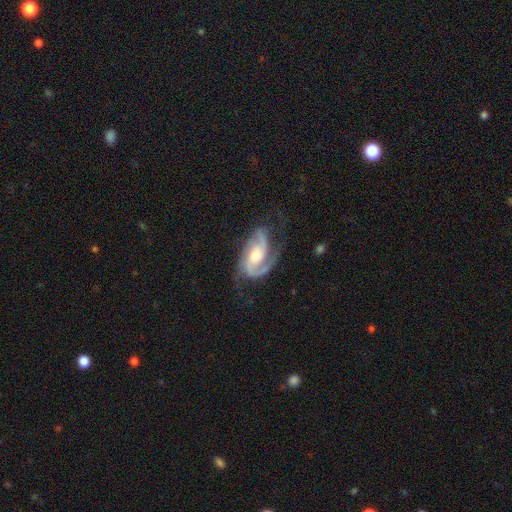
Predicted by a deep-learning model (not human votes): smooth_or_featured: featured or disk (p=0.86) [alt: smooth p=0.08]
disk_edge_on: no (p=0.96) [alt: yes p=0.04]
bar: no (p=0.46) [alt: weak p=0.37]
has_spiral_arms: yes (p=0.97) [alt: no p=0.03]
spiral_winding: medium (p=0.49) [alt: tight p=0.33]
spiral_arm_count: 2 (p=0.78) [alt: 1 p=0.07]
bulge_size: moderate (p=0.60) [alt: small p=0.24]
merging: none (p=0.62) [alt: minor disturbance p=0.20]